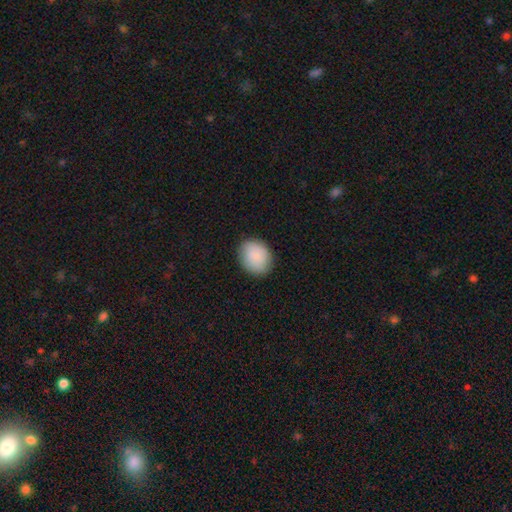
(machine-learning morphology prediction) This is clearly a smooth galaxy (88%). How rounded: possibly in between (52%). Merging: clearly none (86%).